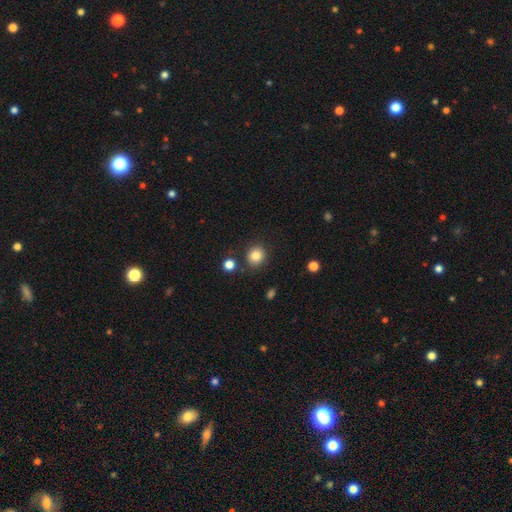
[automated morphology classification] Q: Smooth or featured?
A: smooth (83%); runner-up: star or artifact (11%)
Q: How rounded?
A: round (84%); runner-up: in between (15%)
Q: Merging?
A: none (85%); runner-up: minor disturbance (8%)